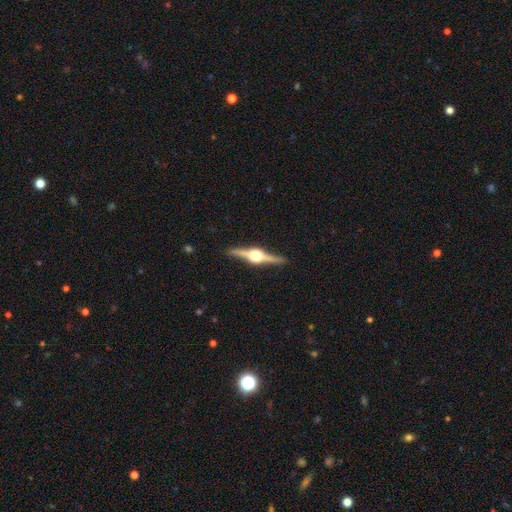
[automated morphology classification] Smooth or featured? featured or disk (89%)
Edge-on disk? yes (98%)
Edge-on bulge? rounded (94%)
Merging? none (91%)